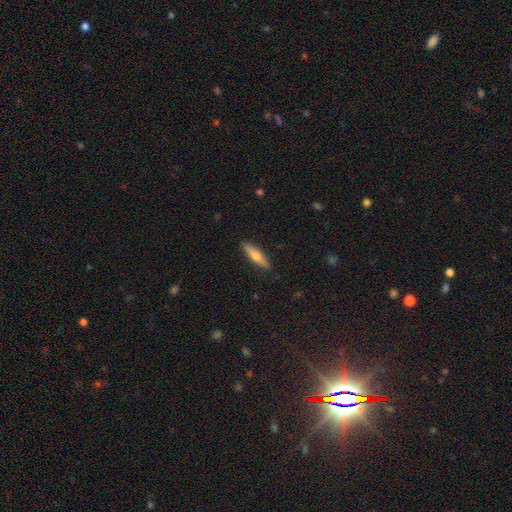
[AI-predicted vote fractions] smooth_or_featured: smooth (p=0.48) [alt: featured or disk p=0.46]
merging: none (p=0.90) [alt: minor disturbance p=0.08]